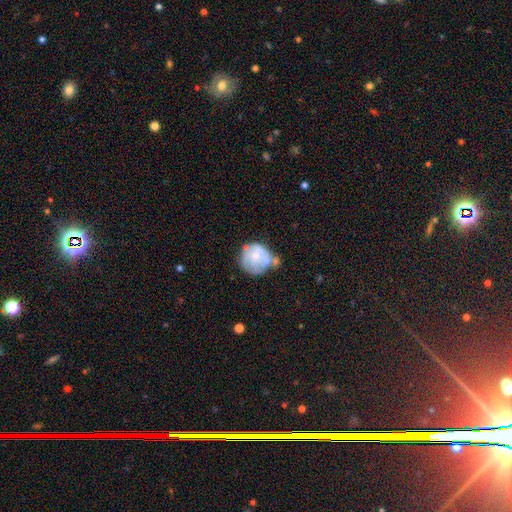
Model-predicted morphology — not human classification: smooth 50%, featured or disk 43%, star or artifact 7%. Down the decision tree: how rounded — round (83%); merging — none (39%).